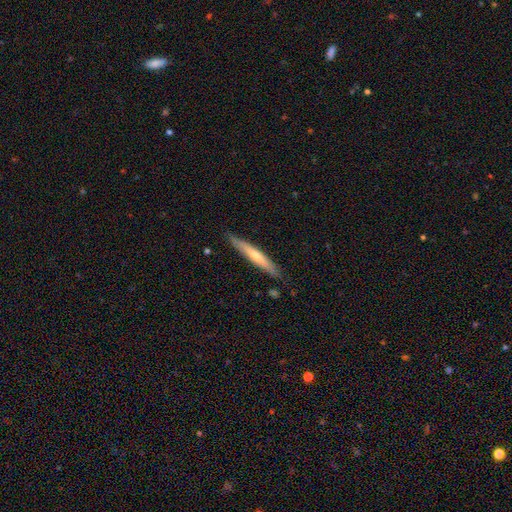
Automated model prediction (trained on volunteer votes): This is possibly a smooth galaxy (50%). Merging: clearly none (85%).